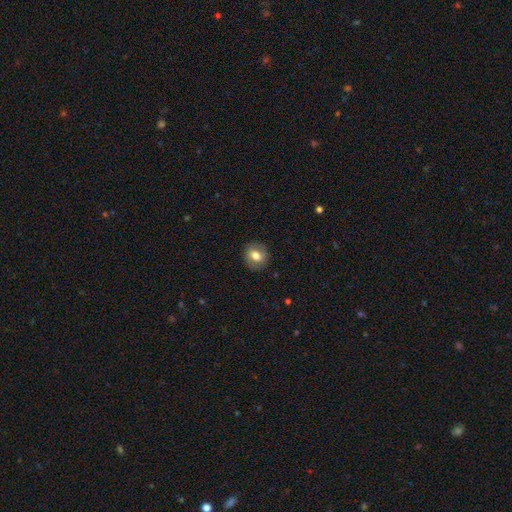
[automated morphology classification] Smooth or featured?
  - smooth: 69% *
  - featured or disk: 23%
  - star or artifact: 9%
How rounded?
  - round: 73% *
  - in between: 26%
  - cigar-shaped: 1%
Merging?
  - none: 85% *
  - minor disturbance: 10%
  - major disturbance: 3%
  - merger: 1%